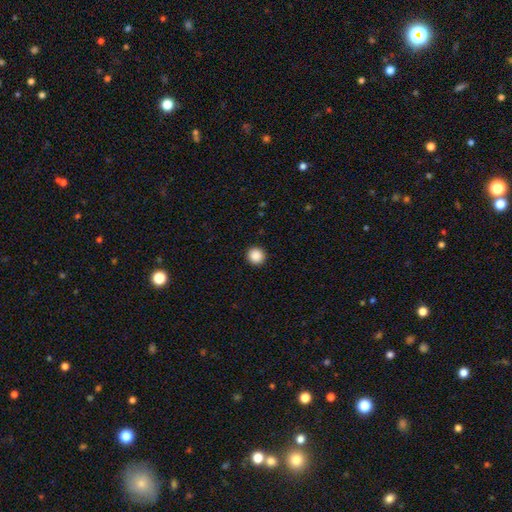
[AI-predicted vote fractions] smooth-or-featured: smooth: 88% | star or artifact: 9% | featured or disk: 3%
  how-rounded: round: 94% | in between: 5% | cigar-shaped: 1%
  merging: none: 93% | minor disturbance: 5% | major disturbance: 2% | merger: 1%